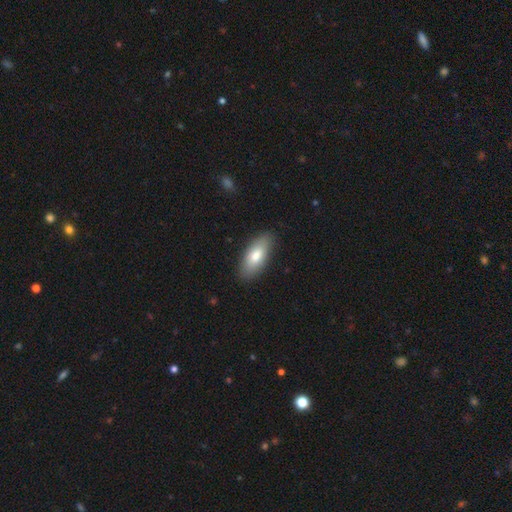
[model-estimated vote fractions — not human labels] smooth-or-featured: smooth: 76% | featured or disk: 18% | star or artifact: 6%
  how-rounded: in between: 81% | cigar-shaped: 16% | round: 2%
  merging: none: 87% | minor disturbance: 10% | major disturbance: 2% | merger: 1%